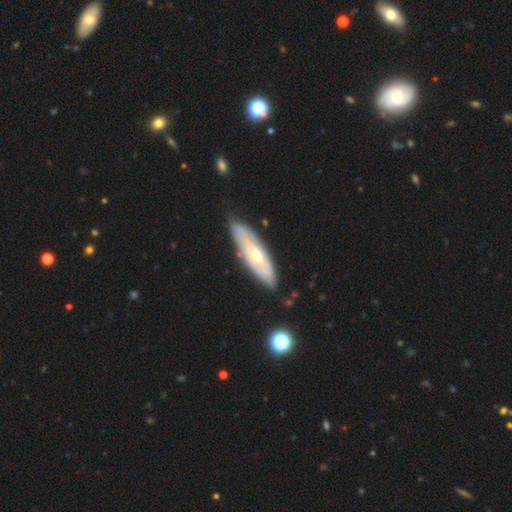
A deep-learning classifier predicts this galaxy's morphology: smooth_or_featured: featured or disk (p=0.69) [alt: smooth p=0.26]
disk_edge_on: no (p=0.73) [alt: yes p=0.27]
bar: no (p=0.70) [alt: weak p=0.23]
has_spiral_arms: yes (p=0.59) [alt: no p=0.41]
bulge_size: moderate (p=0.66) [alt: small p=0.28]
merging: none (p=0.78) [alt: minor disturbance p=0.16]